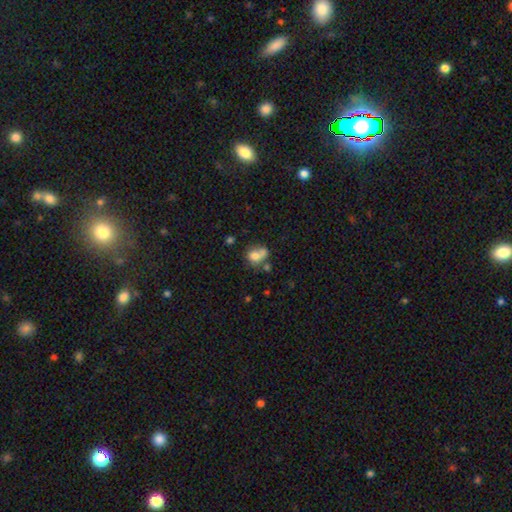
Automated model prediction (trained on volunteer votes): Smooth or featured? Predicted: smooth (p=0.72). How rounded? Predicted: round (p=0.57). Merging? Predicted: merger (p=0.47).